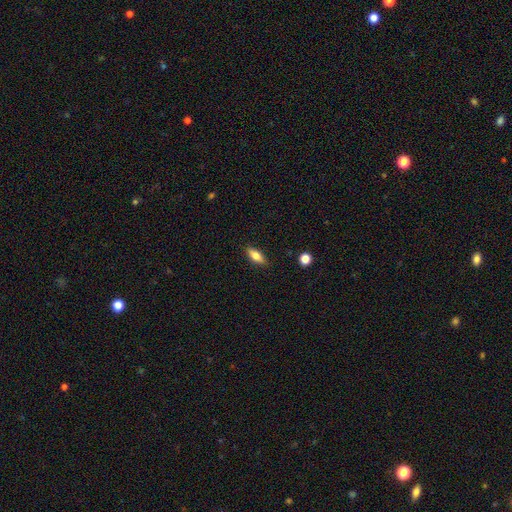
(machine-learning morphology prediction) Smooth or featured?
  - smooth: 71% *
  - featured or disk: 22%
  - star or artifact: 7%
How rounded?
  - in between: 70% *
  - cigar-shaped: 27%
  - round: 3%
Merging?
  - none: 87% *
  - minor disturbance: 10%
  - major disturbance: 2%
  - merger: 1%